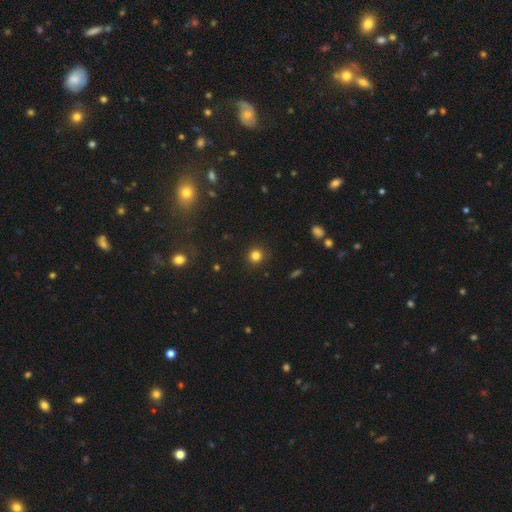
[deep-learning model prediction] The model was most divided on "smooth or featured": smooth: 82%, star or artifact: 13%, featured or disk: 5%. More confident: how rounded — round (93%); merging — none (90%).